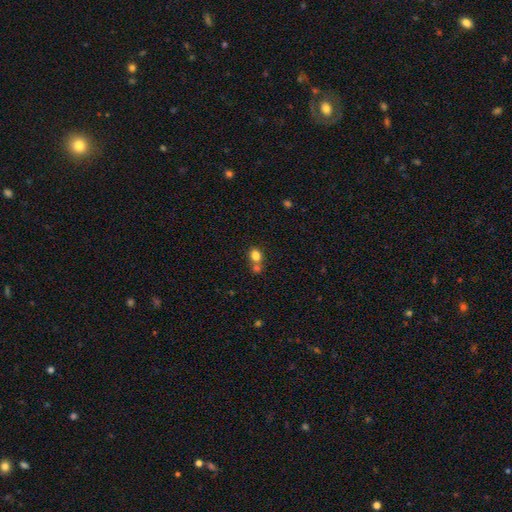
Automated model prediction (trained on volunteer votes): smooth 81%, star or artifact 11%, featured or disk 8%. Down the decision tree: how rounded — round (54%); merging — none (47%).